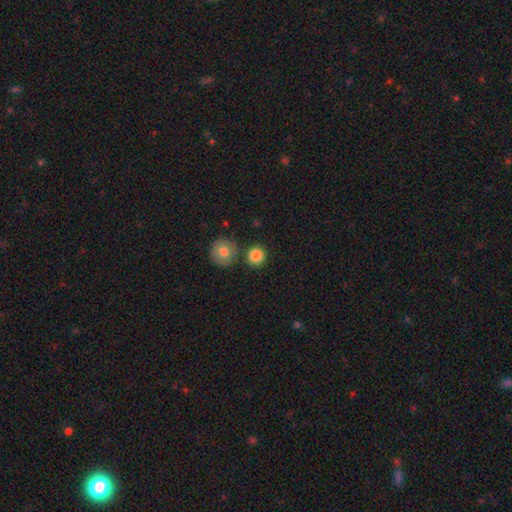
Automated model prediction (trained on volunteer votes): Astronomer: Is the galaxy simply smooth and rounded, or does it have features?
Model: smooth — 85%.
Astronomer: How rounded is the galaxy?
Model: round — 91%.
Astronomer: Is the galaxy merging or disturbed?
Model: none — 79%.